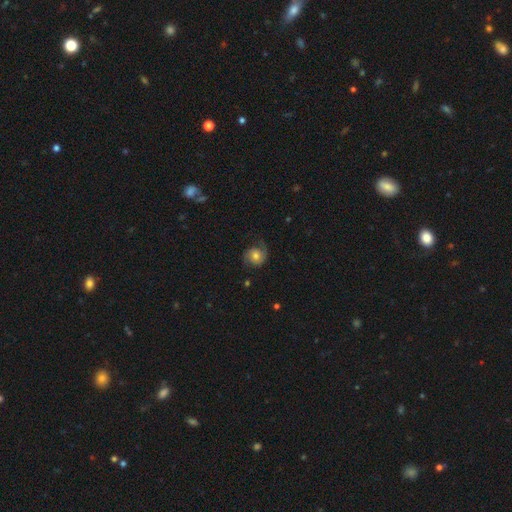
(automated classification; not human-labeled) This appears to be a featured or disk galaxy (64%) with no bar (74%), 2 (75%) medium (41%) spiral arms (92%) and a moderate central bulge (59%). Merging: none (68%).